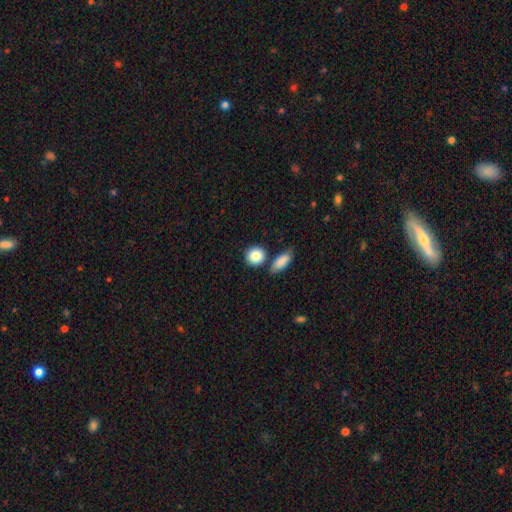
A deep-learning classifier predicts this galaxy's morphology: Smooth or featured? smooth (86%)
How rounded? round (76%)
Merging? none (69%)